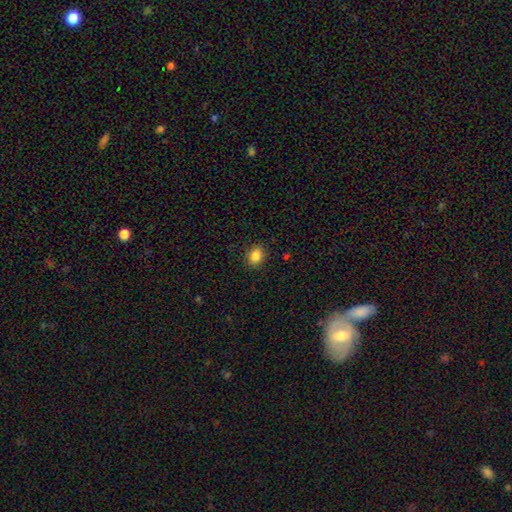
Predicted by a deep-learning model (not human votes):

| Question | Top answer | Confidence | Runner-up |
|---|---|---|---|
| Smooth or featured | smooth | 85% | star or artifact (10%) |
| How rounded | in between | 51% | round (48%) |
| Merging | none | 88% | minor disturbance (8%) |